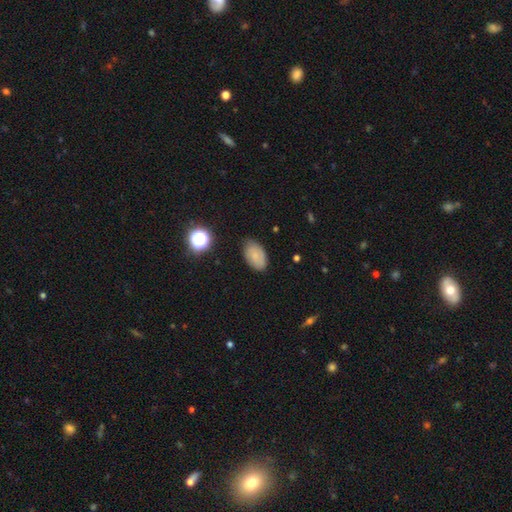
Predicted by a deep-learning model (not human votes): The model was most divided on "merging": none: 74%, minor disturbance: 20%, major disturbance: 4%, merger: 2%. More confident: how rounded — in between (89%); smooth or featured — smooth (73%).